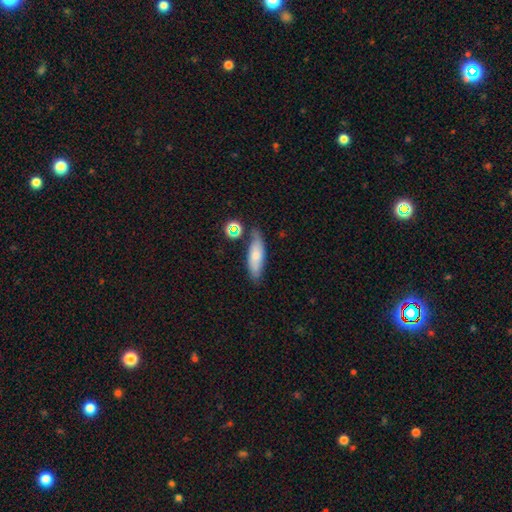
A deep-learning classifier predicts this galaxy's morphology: smooth-or-featured: smooth: 67% | featured or disk: 25% | star or artifact: 8%
  how-rounded: in between: 54% | cigar-shaped: 43% | round: 3%
  merging: none: 65% | minor disturbance: 22% | merger: 8% | major disturbance: 6%